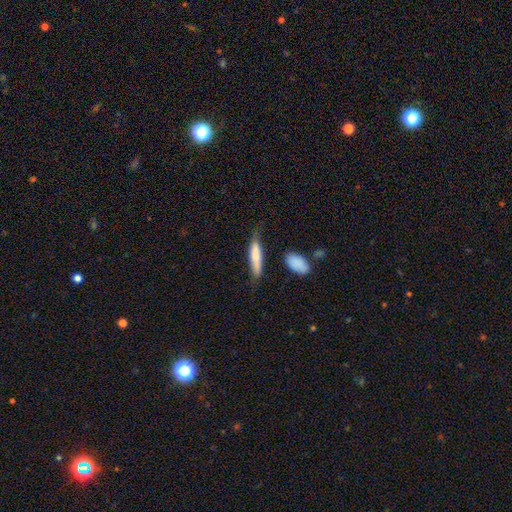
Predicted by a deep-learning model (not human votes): smooth 73%, featured or disk 21%, star or artifact 6%. Down the decision tree: how rounded — cigar-shaped (78%); merging — none (60%).